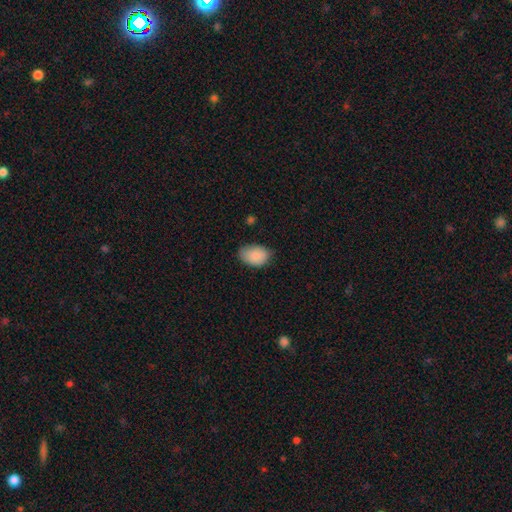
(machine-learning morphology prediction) The model was most divided on "merging": none: 67%, minor disturbance: 27%, major disturbance: 4%, merger: 1%. More confident: smooth or featured — smooth (88%); how rounded — in between (84%).